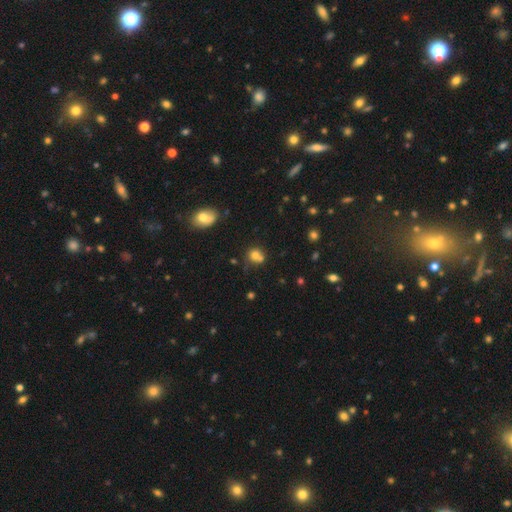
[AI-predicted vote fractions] Overall: smooth (75%). How rounded: round (76%). Merging: none (45%; merger 35%).